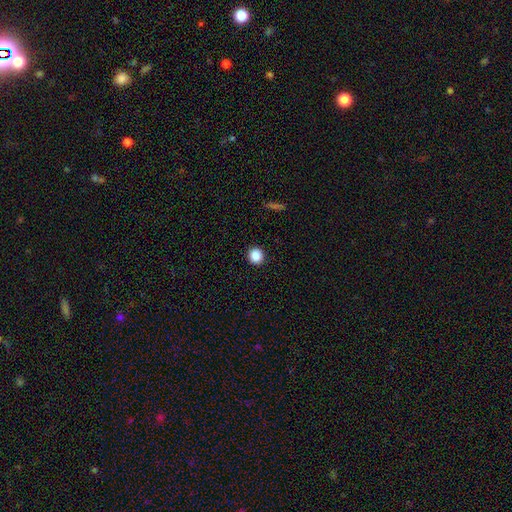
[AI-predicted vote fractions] smooth-or-featured: smooth: 87% | star or artifact: 10% | featured or disk: 3%
  how-rounded: round: 91% | in between: 8% | cigar-shaped: 1%
  merging: none: 93% | minor disturbance: 5% | major disturbance: 2% | merger: 1%